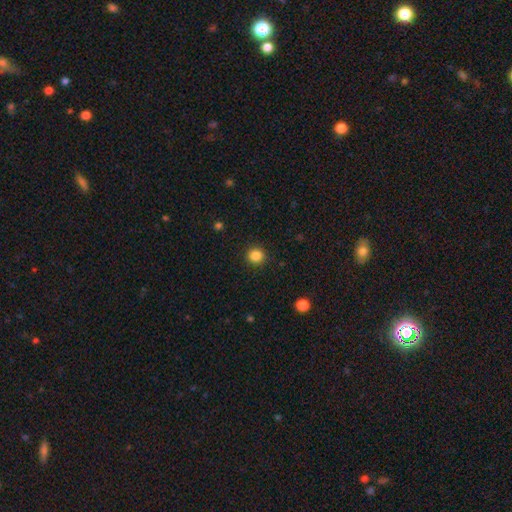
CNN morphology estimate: Overall: smooth (85%). How rounded: round (92%). Merging: none (92%).